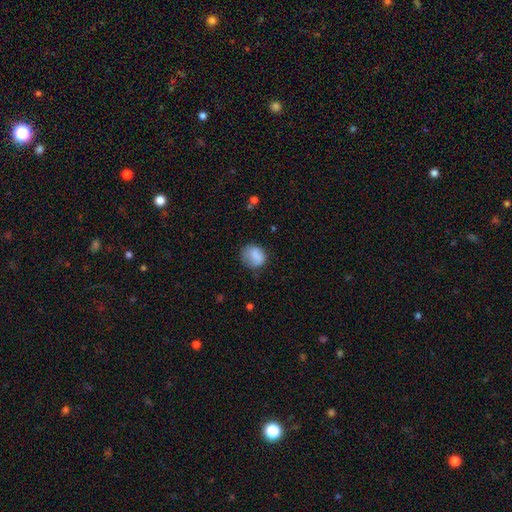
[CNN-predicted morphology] Q: Smooth or featured?
A: smooth (82%); runner-up: featured or disk (10%)
Q: How rounded?
A: round (66%); runner-up: in between (33%)
Q: Merging?
A: none (62%); runner-up: minor disturbance (26%)